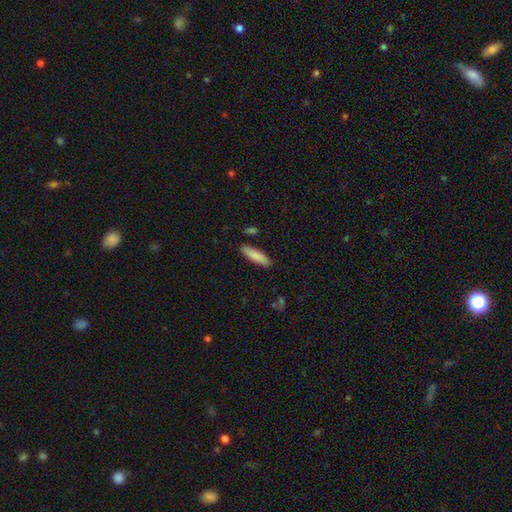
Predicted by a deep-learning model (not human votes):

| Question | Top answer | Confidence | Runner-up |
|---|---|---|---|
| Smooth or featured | smooth | 85% | featured or disk (9%) |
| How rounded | cigar-shaped | 68% | in between (30%) |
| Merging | none | 87% | minor disturbance (8%) |